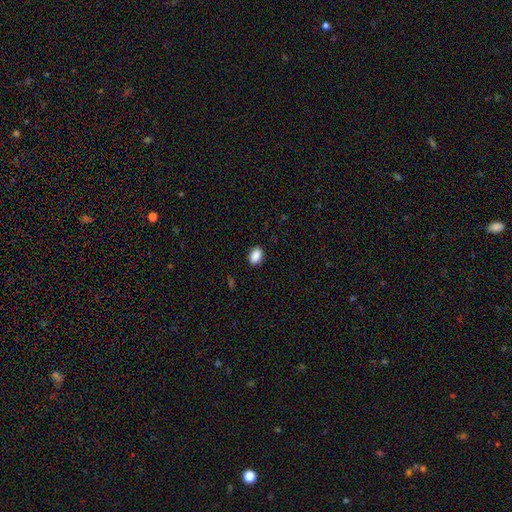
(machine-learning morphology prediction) A smooth galaxy with no disk features (90%) that is in between round and cigar-shaped (86%). Merging: none (89%).